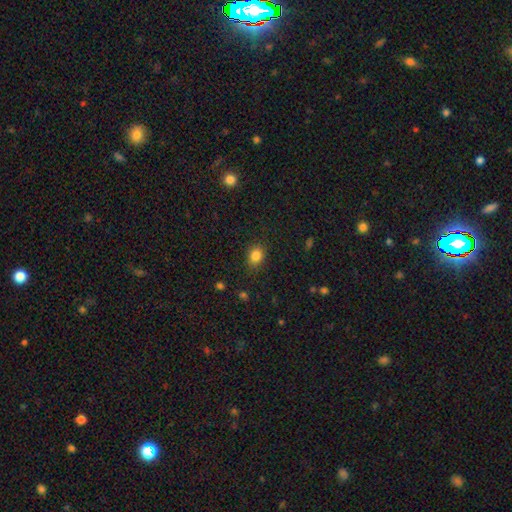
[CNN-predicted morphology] smooth_or_featured: smooth (p=0.83) [alt: star or artifact p=0.11]
how_rounded: round (p=0.51) [alt: in between p=0.48]
merging: none (p=0.86) [alt: minor disturbance p=0.10]